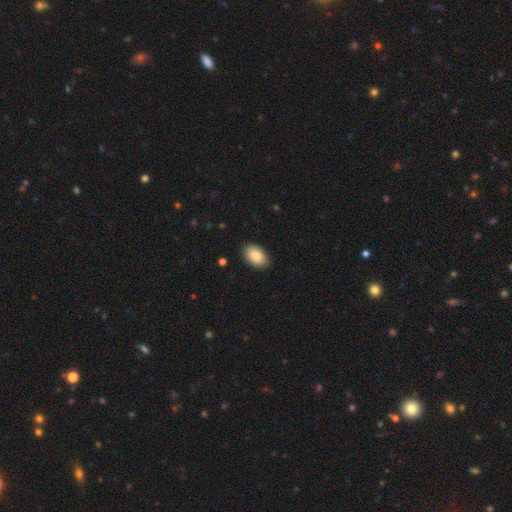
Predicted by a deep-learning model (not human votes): Overall: smooth (88%). How rounded: in between (91%). Merging: none (88%).